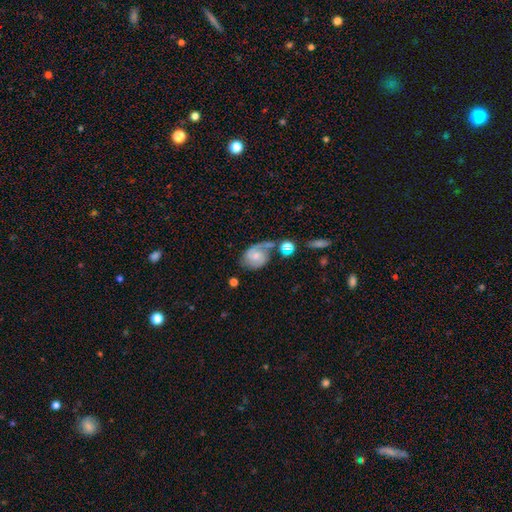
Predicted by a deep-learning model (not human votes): Morphology: type=featured or disk (68%); edge-on=no (97%); bar=no (62%); spiral arms=yes (91%); winding=medium (43%); arm count=2 (64%); bulge=small (46%); merging=none (42%).